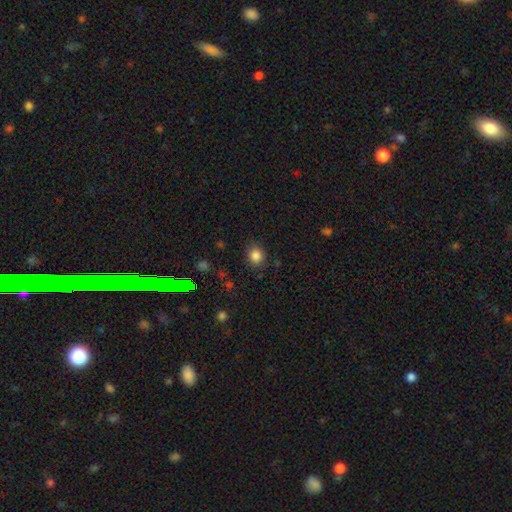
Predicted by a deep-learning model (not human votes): This appears to be a smooth galaxy with no disk features (84%) that is round (74%). Merging: none (84%).